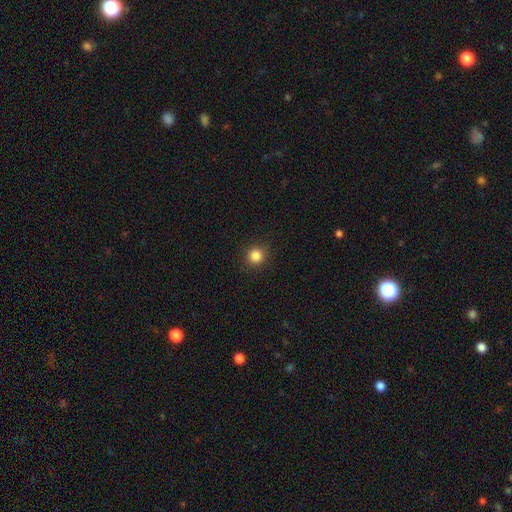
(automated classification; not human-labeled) Overall: smooth (84%). How rounded: round (92%). Merging: none (91%).